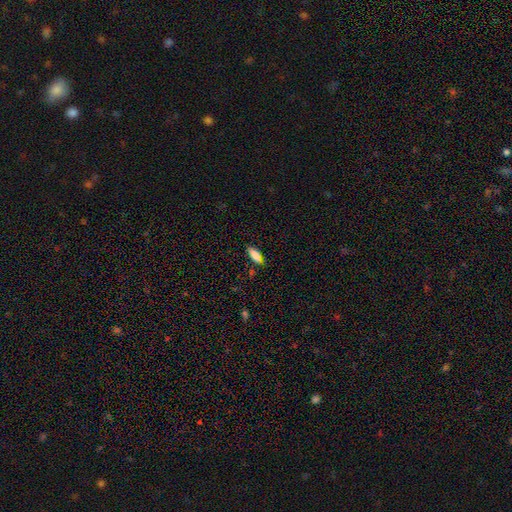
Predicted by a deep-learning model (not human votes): Smooth or featured: smooth — 83% (featured or disk — 9%)
How rounded: in between — 62% (cigar-shaped — 35%)
Merging: none — 81% (minor disturbance — 14%)